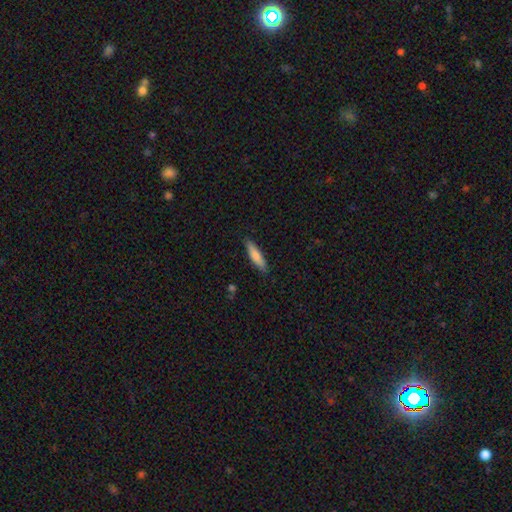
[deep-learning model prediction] Smooth or featured? smooth (76%)
How rounded? cigar-shaped (77%)
Merging? none (87%)